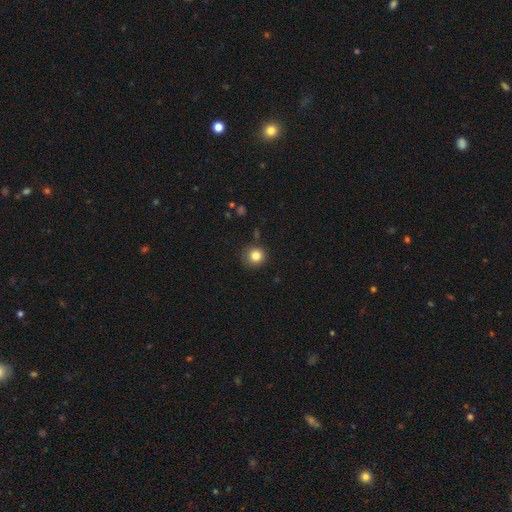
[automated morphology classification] Smooth or featured? smooth (83%)
How rounded? round (92%)
Merging? none (86%)